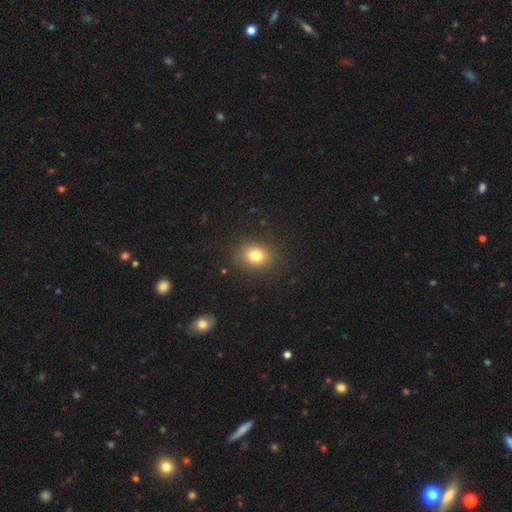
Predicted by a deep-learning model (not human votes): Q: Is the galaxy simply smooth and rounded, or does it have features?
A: smooth — 79%.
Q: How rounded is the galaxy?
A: round — 61%.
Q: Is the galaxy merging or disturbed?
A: none — 87%.